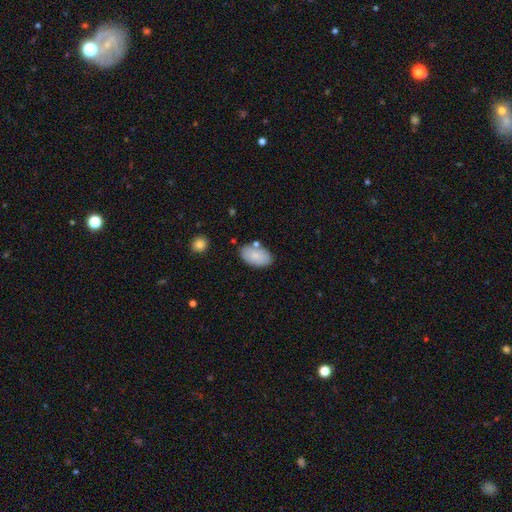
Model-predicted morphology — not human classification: Q: Smooth or featured?
A: smooth (84%); runner-up: featured or disk (10%)
Q: How rounded?
A: in between (94%); runner-up: round (5%)
Q: Merging?
A: none (76%); runner-up: minor disturbance (14%)